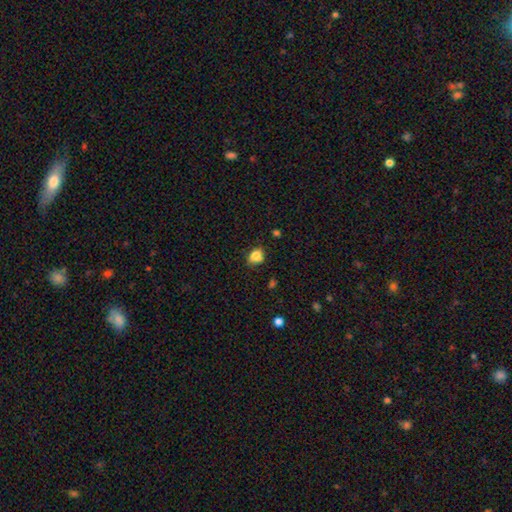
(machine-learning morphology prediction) Smooth or featured? Predicted: smooth (p=0.81). How rounded? Predicted: in between (p=0.54). Merging? Predicted: none (p=0.59).